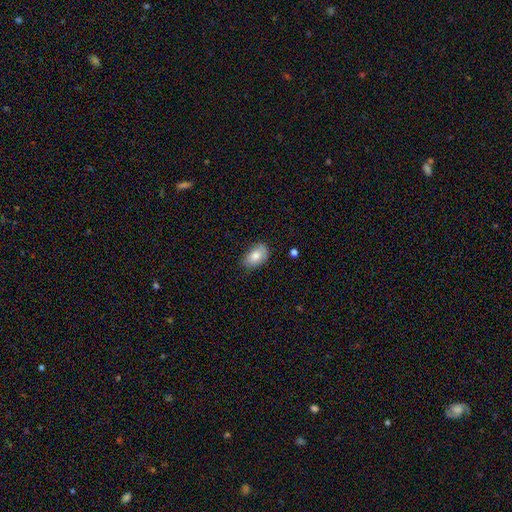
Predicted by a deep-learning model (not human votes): smooth_or_featured: smooth (p=0.79) [alt: featured or disk p=0.13]
how_rounded: in between (p=0.90) [alt: round p=0.09]
merging: none (p=0.68) [alt: minor disturbance p=0.26]